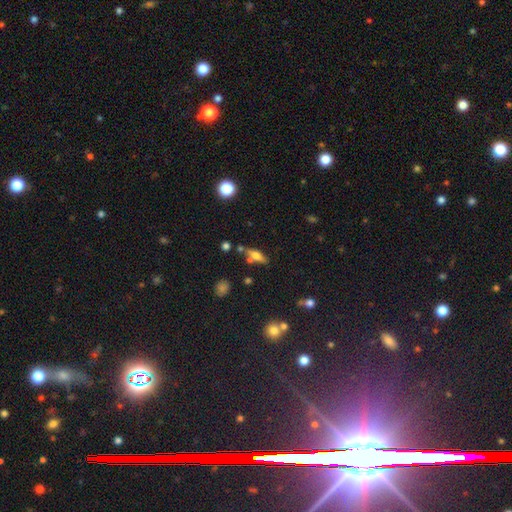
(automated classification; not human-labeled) A smooth galaxy with no disk features (51%) that is in between round and cigar-shaped (48%). Merging: none (62%).